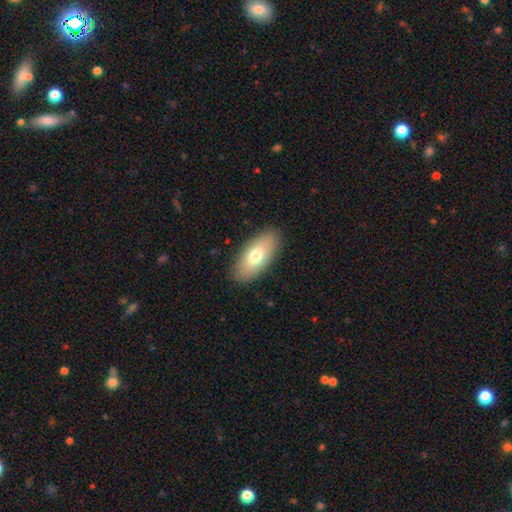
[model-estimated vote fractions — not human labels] smooth-or-featured: smooth: 73% | featured or disk: 21% | star or artifact: 7%
  how-rounded: in between: 88% | cigar-shaped: 9% | round: 3%
  merging: none: 87% | minor disturbance: 9% | major disturbance: 2% | merger: 1%